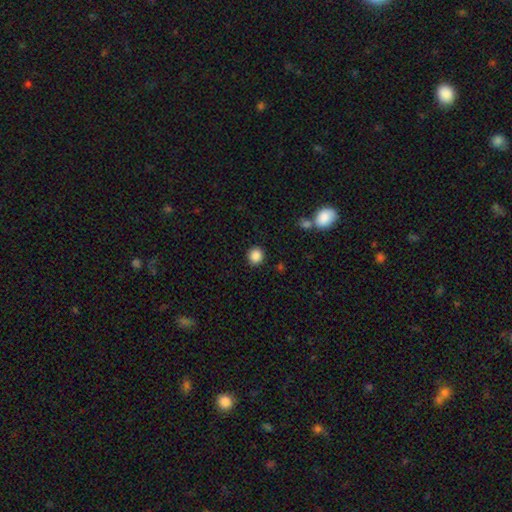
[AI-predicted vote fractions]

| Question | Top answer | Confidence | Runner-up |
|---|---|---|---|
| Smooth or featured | smooth | 87% | star or artifact (10%) |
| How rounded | round | 90% | in between (9%) |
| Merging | none | 91% | minor disturbance (5%) |